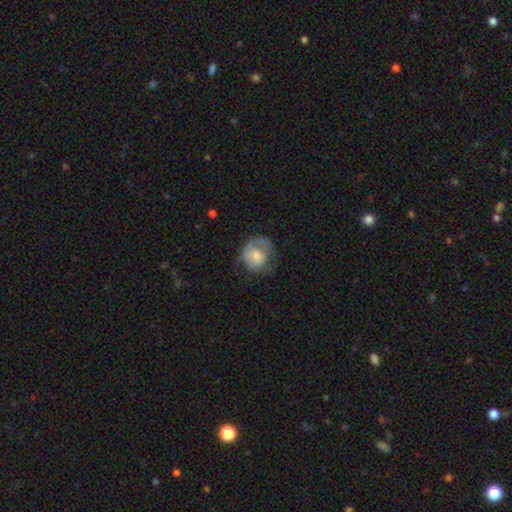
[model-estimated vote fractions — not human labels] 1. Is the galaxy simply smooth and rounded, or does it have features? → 61% smooth, 32% featured or disk, 8% star or artifact.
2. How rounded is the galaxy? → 72% round, 27% in between, 1% cigar-shaped.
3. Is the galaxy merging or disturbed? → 45% none, 28% minor disturbance, 25% major disturbance, 2% merger.